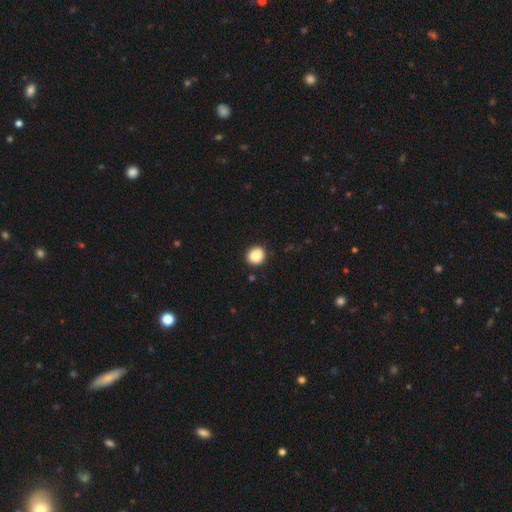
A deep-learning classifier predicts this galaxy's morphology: Smooth or featured?
  - smooth: 85% *
  - star or artifact: 9%
  - featured or disk: 6%
How rounded?
  - round: 89% *
  - in between: 10%
  - cigar-shaped: 1%
Merging?
  - none: 90% *
  - minor disturbance: 7%
  - major disturbance: 2%
  - merger: 1%